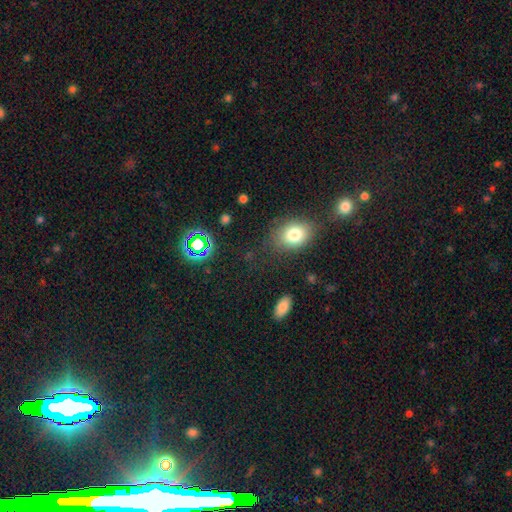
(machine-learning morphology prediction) smooth-or-featured: smooth: 54% | star or artifact: 37% | featured or disk: 9%
  how-rounded: round: 59% | in between: 38% | cigar-shaped: 2%
  merging: none: 77% | minor disturbance: 12% | merger: 5% | major disturbance: 5%